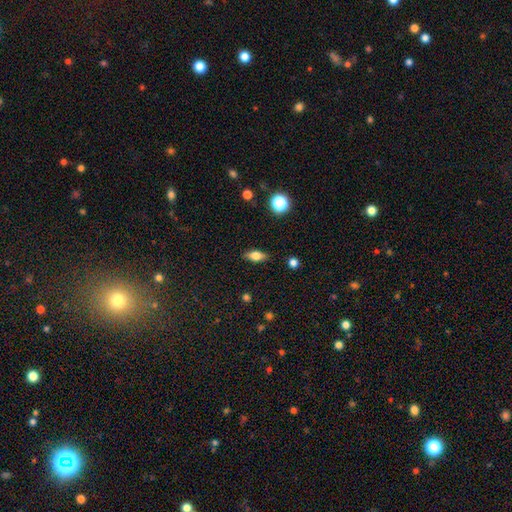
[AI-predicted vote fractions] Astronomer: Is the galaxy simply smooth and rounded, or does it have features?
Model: smooth — 63%.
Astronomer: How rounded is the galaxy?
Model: in between — 73%.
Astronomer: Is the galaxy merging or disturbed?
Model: none — 87%.